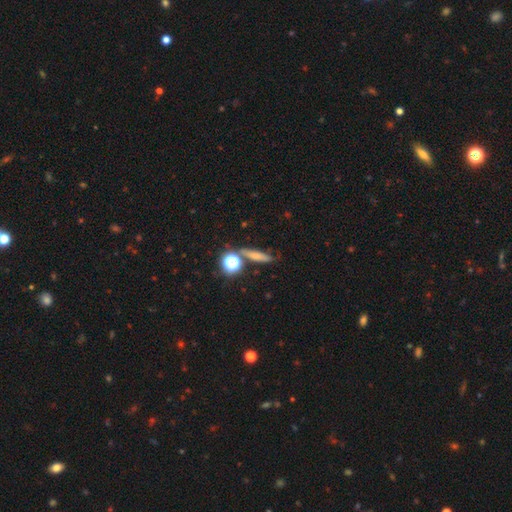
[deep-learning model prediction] smooth-or-featured: smooth: 60% | featured or disk: 23% | star or artifact: 17%
  how-rounded: cigar-shaped: 63% | in between: 19% | round: 18%
  merging: none: 73% | minor disturbance: 13% | merger: 10% | major disturbance: 4%